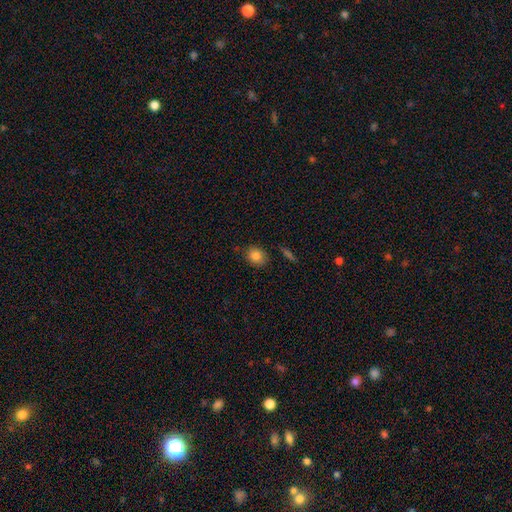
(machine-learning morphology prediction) smooth-or-featured: smooth: 83% | star or artifact: 10% | featured or disk: 7%
  how-rounded: round: 60% | in between: 39% | cigar-shaped: 1%
  merging: none: 81% | minor disturbance: 14% | major disturbance: 3% | merger: 3%